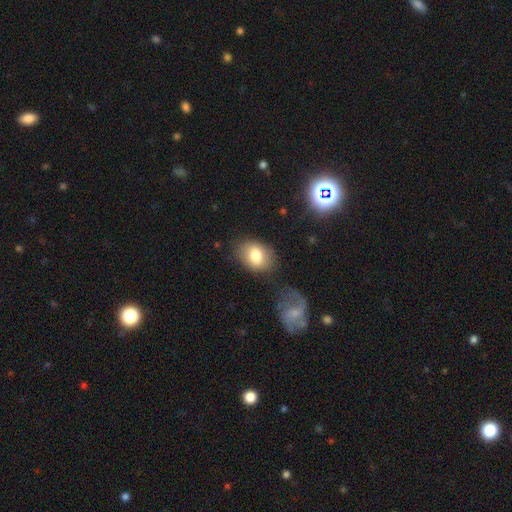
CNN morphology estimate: smooth 79%, featured or disk 13%, star or artifact 8%. Down the decision tree: how rounded — in between (72%); merging — none (74%).